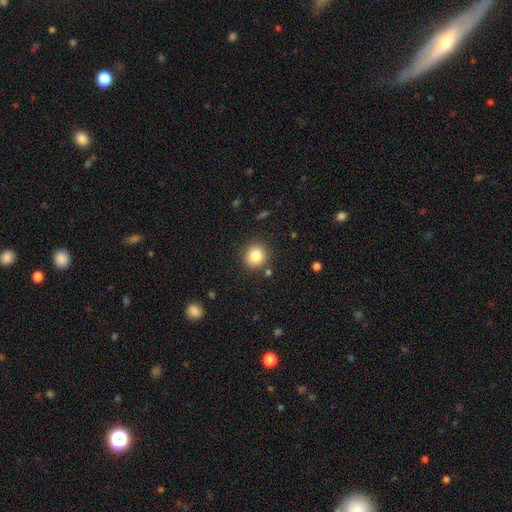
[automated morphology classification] Q: Smooth or featured?
A: smooth (84%); runner-up: star or artifact (10%)
Q: How rounded?
A: round (89%); runner-up: in between (10%)
Q: Merging?
A: none (86%); runner-up: minor disturbance (8%)